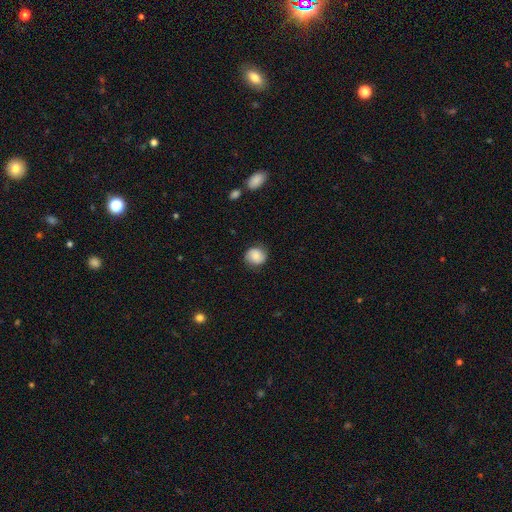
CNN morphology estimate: The model was most divided on "smooth or featured": smooth: 77%, featured or disk: 15%, star or artifact: 9%. More confident: how rounded — round (84%); merging — none (81%).